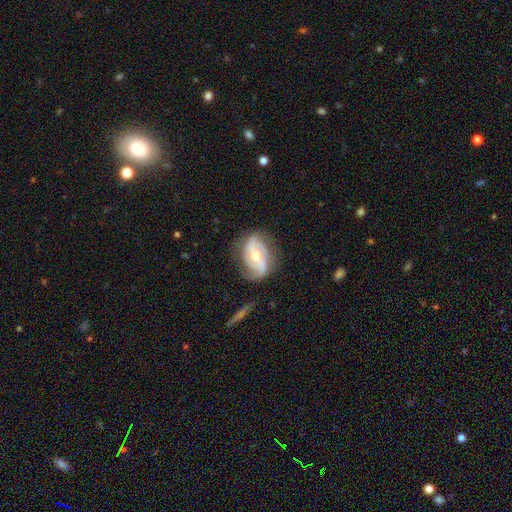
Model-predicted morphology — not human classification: This is clearly a featured or disk galaxy (83%). It is clearly not viewed edge-on (96%). Bar: marginally weak (38%). Spiral arm pattern: clearly yes (94%). Spiral arm count: likely 2 (63%). Spiral winding: marginally medium (43%). Central bulge: likely moderate (61%). Merging: likely none (65%).